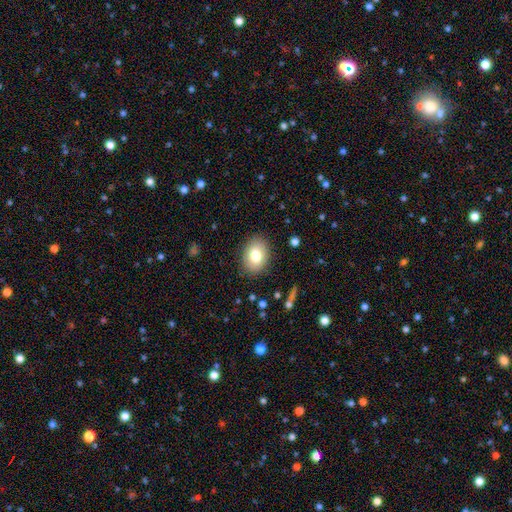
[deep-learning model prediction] smooth_or_featured: smooth (p=0.79) [alt: featured or disk p=0.13]
how_rounded: in between (p=0.76) [alt: round p=0.23]
merging: none (p=0.87) [alt: minor disturbance p=0.09]